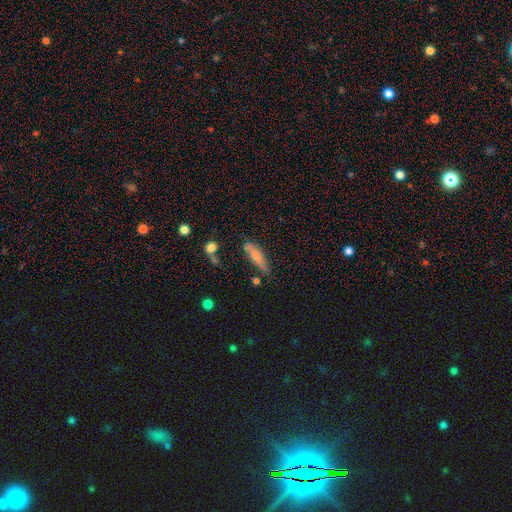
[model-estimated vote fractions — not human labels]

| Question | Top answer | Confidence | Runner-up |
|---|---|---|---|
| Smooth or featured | smooth | 66% | featured or disk (26%) |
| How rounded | cigar-shaped | 67% | in between (30%) |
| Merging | none | 65% | minor disturbance (22%) |